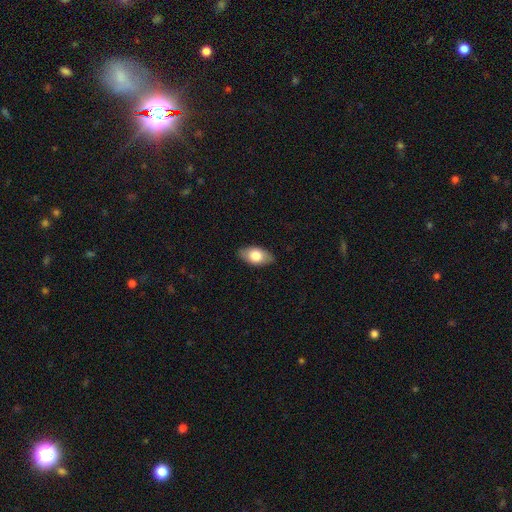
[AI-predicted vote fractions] smooth-or-featured: smooth: 75% | featured or disk: 19% | star or artifact: 6%
  how-rounded: in between: 93% | round: 5% | cigar-shaped: 3%
  merging: none: 86% | minor disturbance: 11% | major disturbance: 2% | merger: 1%